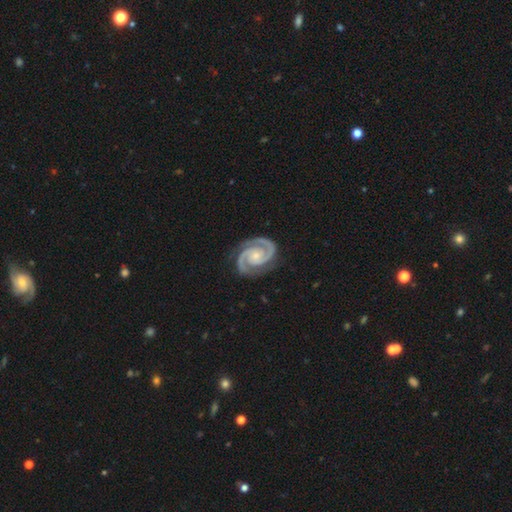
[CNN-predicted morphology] featured or disk 95%, star or artifact 3%, smooth 2%. Down the decision tree: edge-on disk — no (98%); bar — no (69%); spiral arms — yes (99%); spiral arm count — 2 (94%); spiral winding — tight (58%); bulge size — small (61%); merging — none (85%).